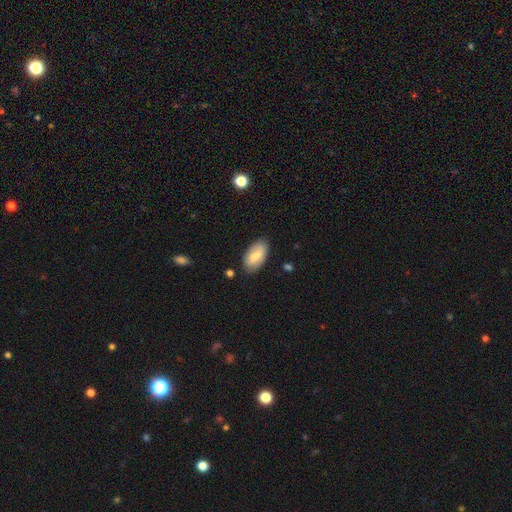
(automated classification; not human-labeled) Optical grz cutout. It shows a smooth galaxy with no disk features (75%) that is in between round and cigar-shaped (94%). Merging: none (82%).